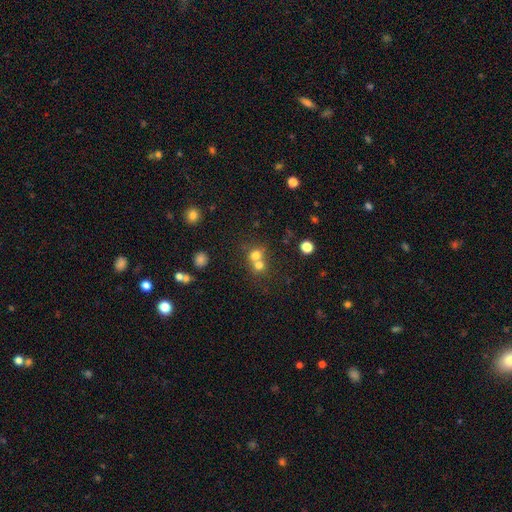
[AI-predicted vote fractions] A smooth galaxy with no disk features (72%) that is round (81%).

Vote fractions:
- Smooth or featured? smooth: 72% / star or artifact: 16% / featured or disk: 12%
- How rounded? round: 81% / in between: 18% / cigar-shaped: 1%
- Merging? merger: 57% / none: 35% / minor disturbance: 5% / major disturbance: 3%